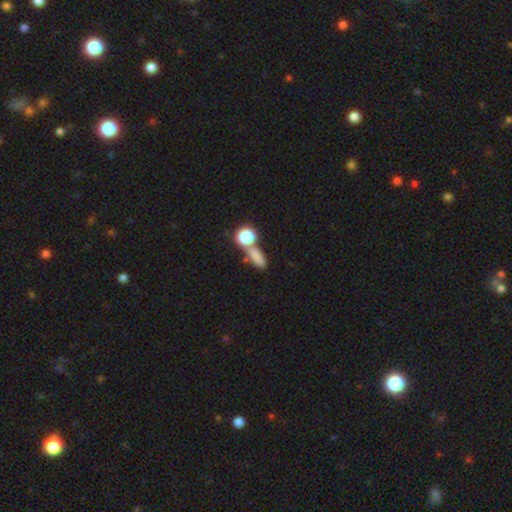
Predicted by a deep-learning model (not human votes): This appears to be a smooth galaxy with no disk features (74%) that is in between round and cigar-shaped (53%). Merging: none (50%).